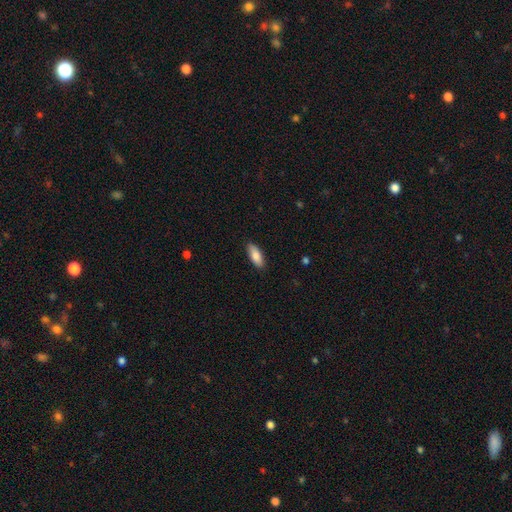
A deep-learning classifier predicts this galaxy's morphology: Overall: smooth (86%). How rounded: in between (80%). Merging: none (88%).